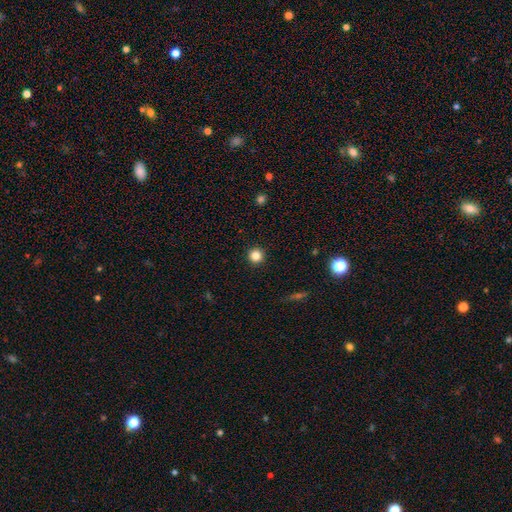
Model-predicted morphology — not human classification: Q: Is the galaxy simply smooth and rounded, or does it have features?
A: smooth — 83%.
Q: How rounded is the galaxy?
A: round — 96%.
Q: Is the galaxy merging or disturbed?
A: none — 93%.